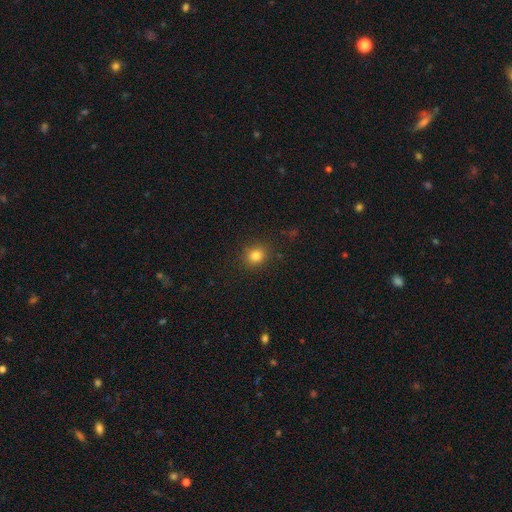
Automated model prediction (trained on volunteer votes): Morphology: type=smooth (81%); roundness=round (75%); merging=none (88%).